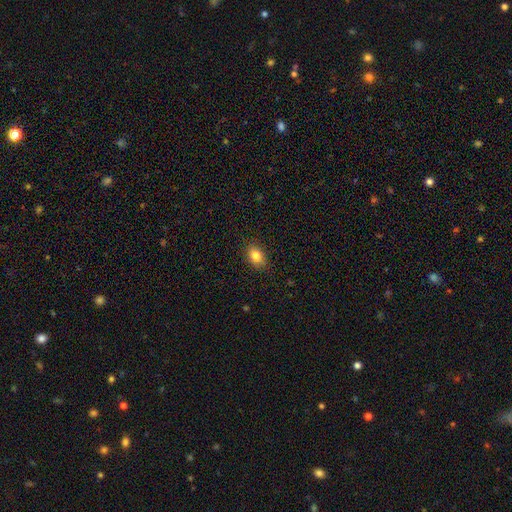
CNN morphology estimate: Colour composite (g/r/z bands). It shows a smooth galaxy with no disk features (84%) that is in between round and cigar-shaped (79%). Merging: none (87%).